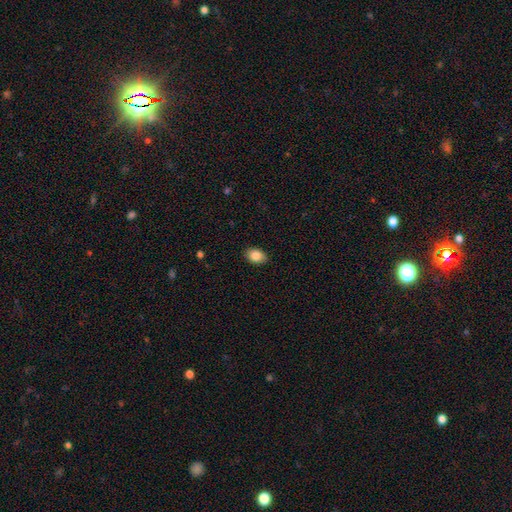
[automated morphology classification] The model was most divided on "how rounded": in between: 82%, round: 17%, cigar-shaped: 1%. More confident: merging — none (88%); smooth or featured — smooth (85%).